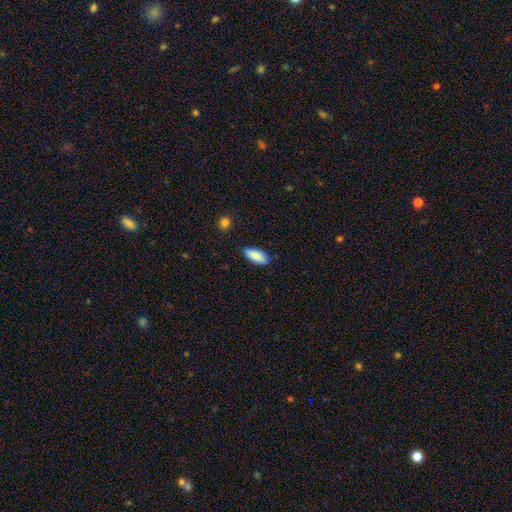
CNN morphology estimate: Smooth or featured?
  - smooth: 87% *
  - featured or disk: 6%
  - star or artifact: 6%
How rounded?
  - in between: 87% *
  - cigar-shaped: 10%
  - round: 2%
Merging?
  - none: 82% *
  - minor disturbance: 14%
  - major disturbance: 2%
  - merger: 1%